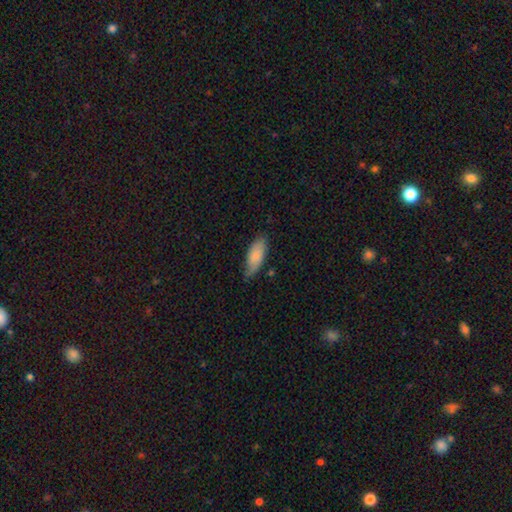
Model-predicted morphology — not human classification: This appears to be a smooth galaxy with no disk features (78%) that is in between round and cigar-shaped (84%). Merging: none (64%).